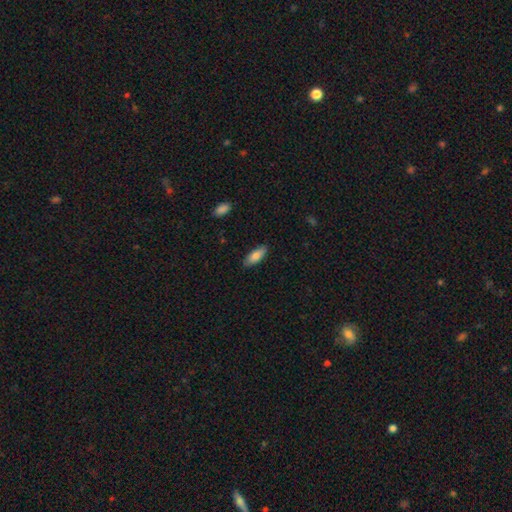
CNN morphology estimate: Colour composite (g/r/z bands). It shows a smooth galaxy with no disk features (82%) that is in between round and cigar-shaped (76%). Merging: none (86%).